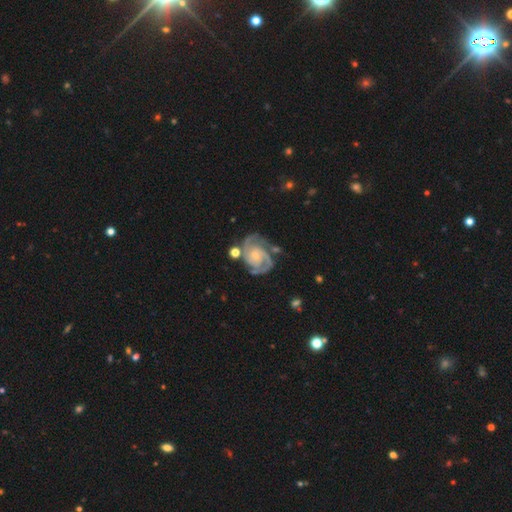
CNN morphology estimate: This appears to be a featured or disk galaxy (92%) with no bar (67%), 2 (78%) tight (52%) spiral arms (98%) and a small central bulge (75%). Merging: none (66%).